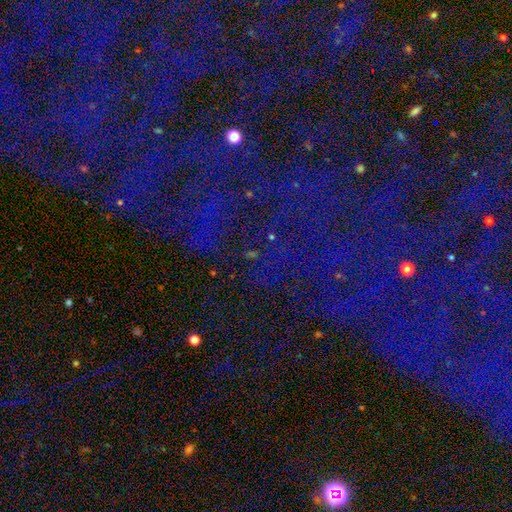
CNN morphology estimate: smooth_or_featured: star or artifact (p=0.80) [alt: smooth p=0.11]